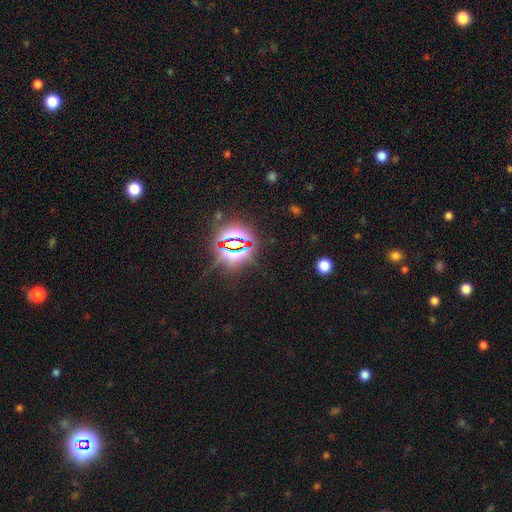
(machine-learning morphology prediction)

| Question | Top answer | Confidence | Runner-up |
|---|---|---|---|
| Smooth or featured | star or artifact | 83% | smooth (11%) |